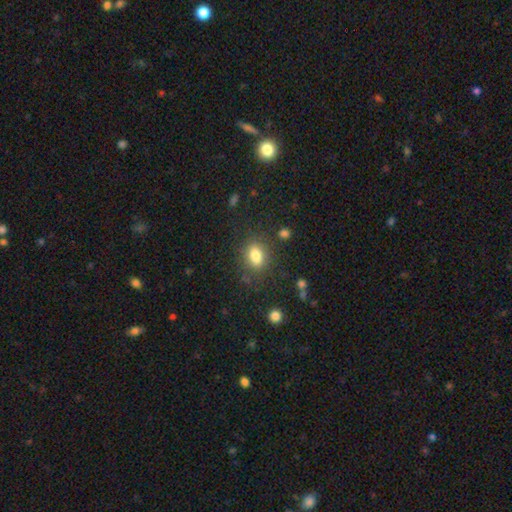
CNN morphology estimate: The model was most divided on "how rounded": in between: 75%, round: 23%, cigar-shaped: 2%. More confident: smooth or featured — smooth (82%); merging — none (80%).